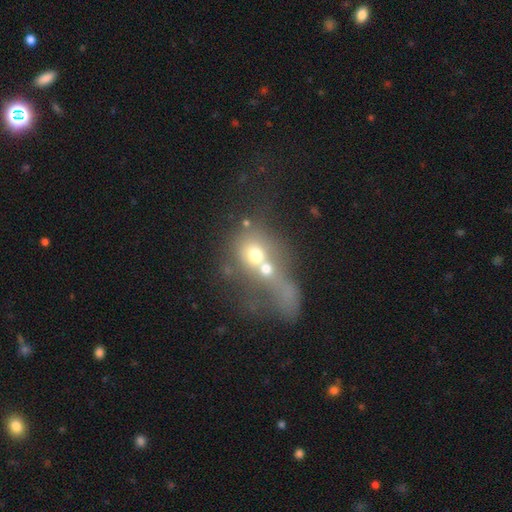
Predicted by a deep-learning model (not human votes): A smooth galaxy with no disk features (52%) that is round (64%). Merging: merger (72%).